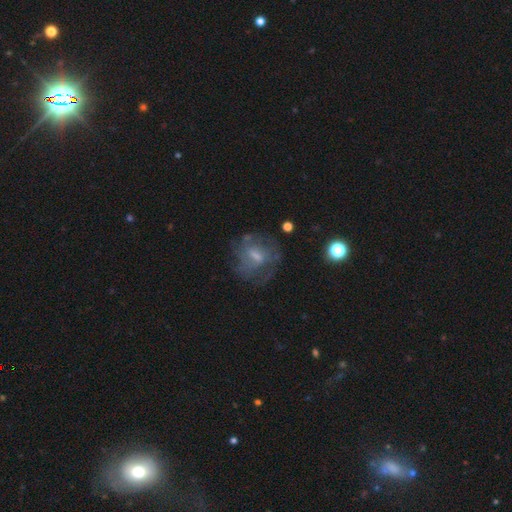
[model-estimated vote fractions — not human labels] Overall: featured or disk (58%; smooth 28%). Edge-on disk: no (96%). Bar: weak (47%; no 43%). Spiral arms: yes (59%; no 41%). Bulge size: small (42%; moderate 39%). Merging: none (61%).